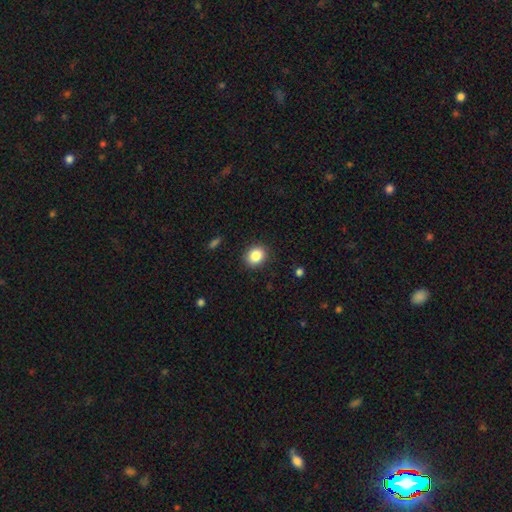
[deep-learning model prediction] The model was most divided on "how rounded": round: 61%, in between: 38%, cigar-shaped: 1%. More confident: merging — none (88%); smooth or featured — smooth (86%).